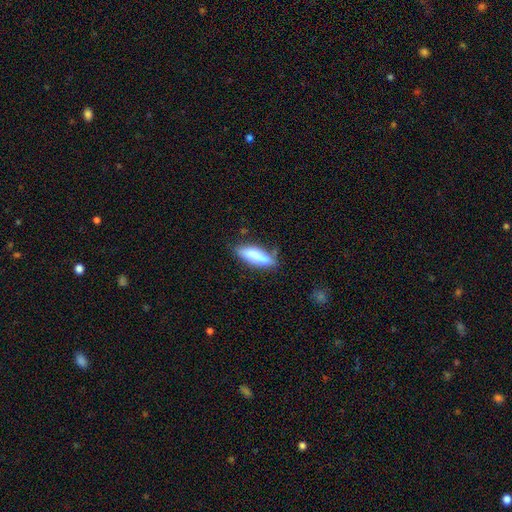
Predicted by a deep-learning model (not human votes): Q: Smooth or featured?
A: smooth (80%); runner-up: featured or disk (14%)
Q: How rounded?
A: in between (51%); runner-up: cigar-shaped (47%)
Q: Merging?
A: none (65%); runner-up: minor disturbance (22%)